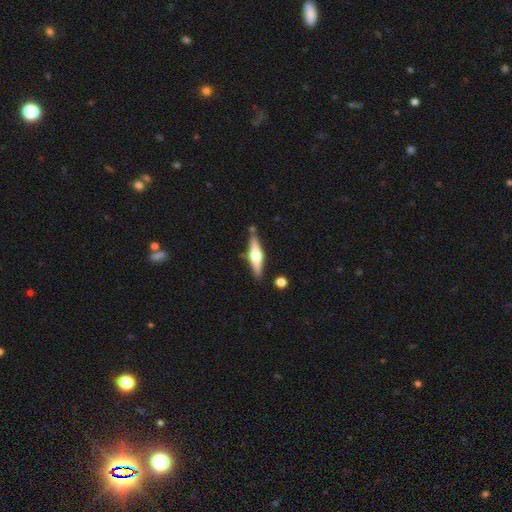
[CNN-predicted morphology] smooth-or-featured: featured or disk: 61% | smooth: 34% | star or artifact: 5%
  disk-edge-on: yes: 95% | no: 5%
    edge-on-bulge: rounded: 92% | boxy: 5% | none: 3%
  merging: none: 82% | minor disturbance: 11% | merger: 5% | major disturbance: 2%